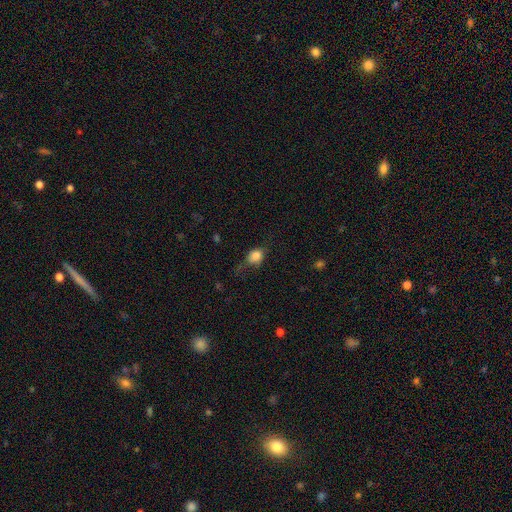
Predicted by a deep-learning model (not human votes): The model was most divided on "how rounded": round: 53%, in between: 45%, cigar-shaped: 2%. More confident: smooth or featured — smooth (81%); merging — none (50%).